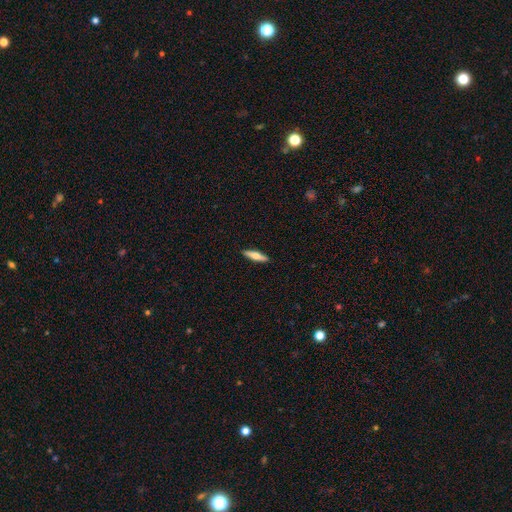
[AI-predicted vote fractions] Smooth or featured: smooth — 59% (featured or disk — 36%)
How rounded: cigar-shaped — 77% (in between — 21%)
Merging: none — 91% (minor disturbance — 6%)